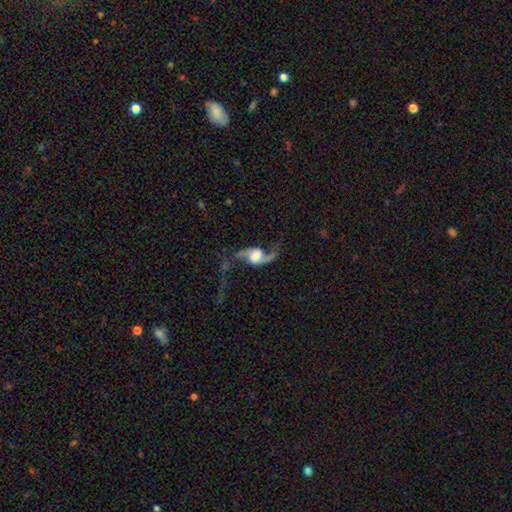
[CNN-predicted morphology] smooth_or_featured: featured or disk (p=0.87) [alt: smooth p=0.07]
disk_edge_on: no (p=0.96) [alt: yes p=0.04]
bar: weak (p=0.46) [alt: no p=0.31]
has_spiral_arms: yes (p=0.96) [alt: no p=0.04]
spiral_winding: loose (p=0.86) [alt: medium p=0.11]
spiral_arm_count: 2 (p=0.93) [alt: 1 p=0.03]
bulge_size: large (p=0.37) [alt: moderate p=0.26]
merging: none (p=0.55) [alt: major disturbance p=0.23]